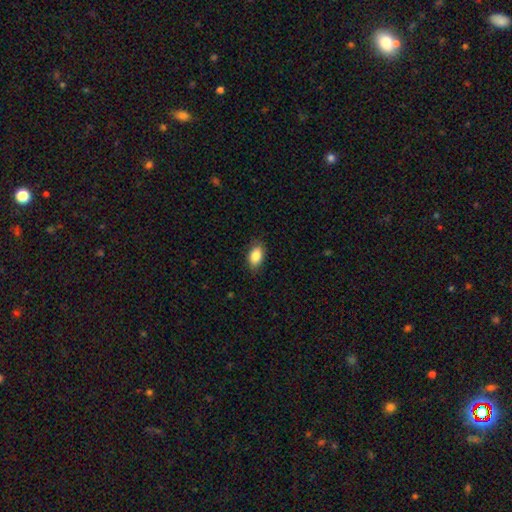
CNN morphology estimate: The model was most divided on "merging": none: 84%, minor disturbance: 13%, major disturbance: 3%, merger: 1%. More confident: how rounded — in between (90%); smooth or featured — smooth (86%).